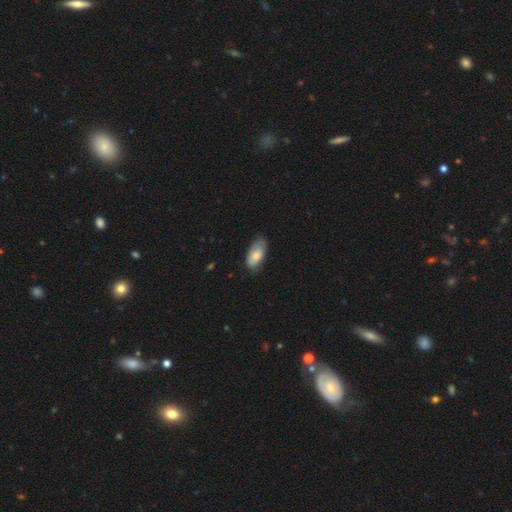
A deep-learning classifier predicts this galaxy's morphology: A smooth galaxy with no disk features (78%) that is in between round and cigar-shaped (93%).

Vote fractions:
- Smooth or featured? smooth: 78% / featured or disk: 16% / star or artifact: 6%
- How rounded? in between: 93% / cigar-shaped: 4% / round: 2%
- Merging? none: 68% / minor disturbance: 27% / major disturbance: 4% / merger: 1%